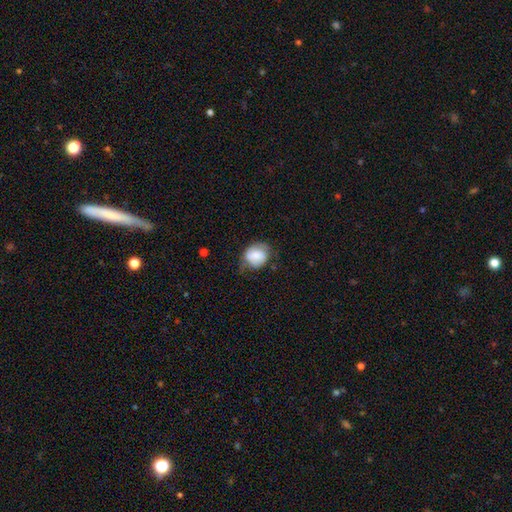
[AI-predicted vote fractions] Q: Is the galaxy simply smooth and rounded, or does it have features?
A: smooth — 63%.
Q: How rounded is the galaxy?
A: round — 65%.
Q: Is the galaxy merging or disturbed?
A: none — 57%.